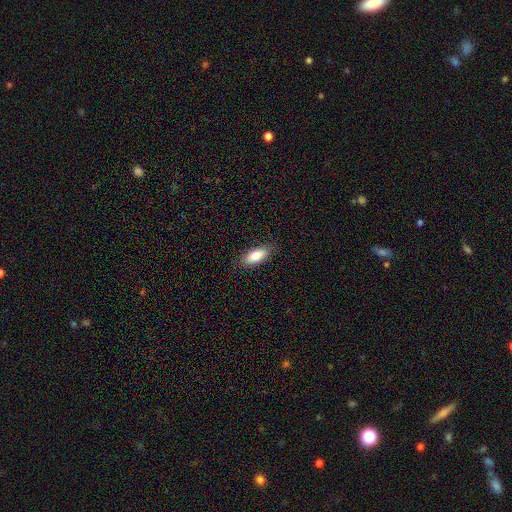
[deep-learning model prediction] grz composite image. It shows a smooth galaxy with no disk features (80%) that is in between round and cigar-shaped (83%). Merging: none (85%).